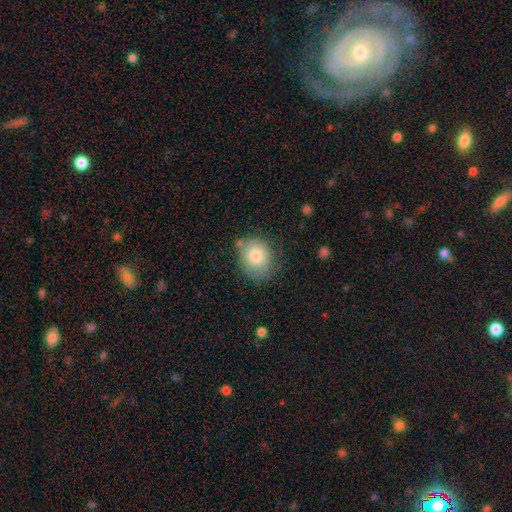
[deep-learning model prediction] This appears to be a smooth galaxy with no disk features (77%) that is round (64%). Merging: none (66%).